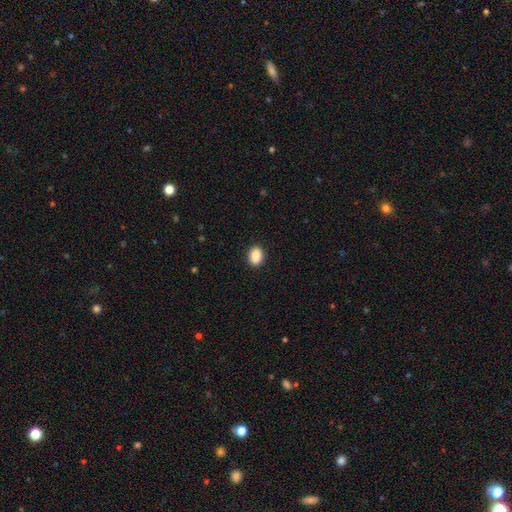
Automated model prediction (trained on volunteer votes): The model was most divided on "how rounded": in between: 74%, round: 25%, cigar-shaped: 1%. More confident: merging — none (89%); smooth or featured — smooth (89%).